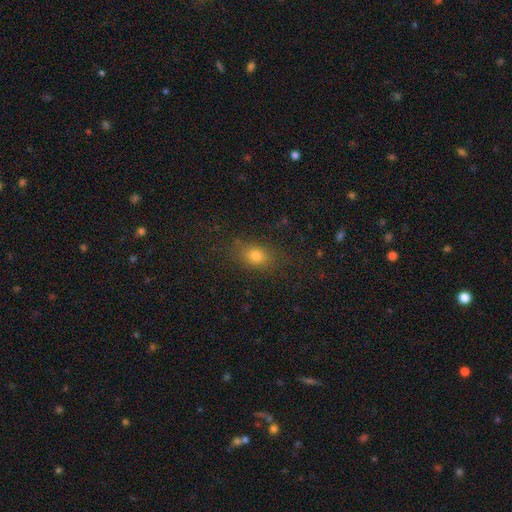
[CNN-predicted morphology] The model was most divided on "how rounded": in between: 67%, round: 29%, cigar-shaped: 4%. More confident: merging — none (80%); smooth or featured — smooth (77%).